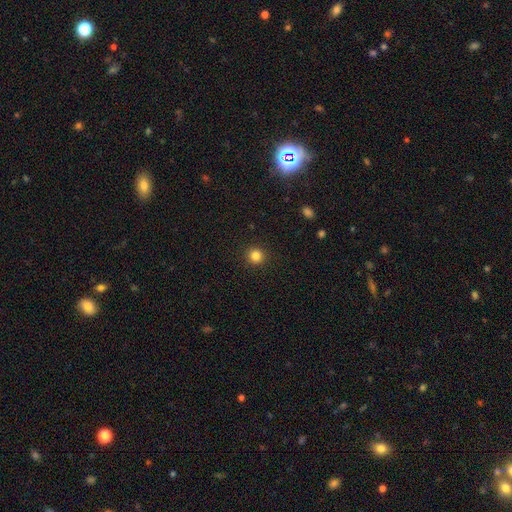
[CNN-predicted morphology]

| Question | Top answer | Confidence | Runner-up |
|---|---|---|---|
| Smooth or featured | smooth | 84% | star or artifact (12%) |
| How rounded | round | 93% | in between (6%) |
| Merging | none | 92% | minor disturbance (5%) |